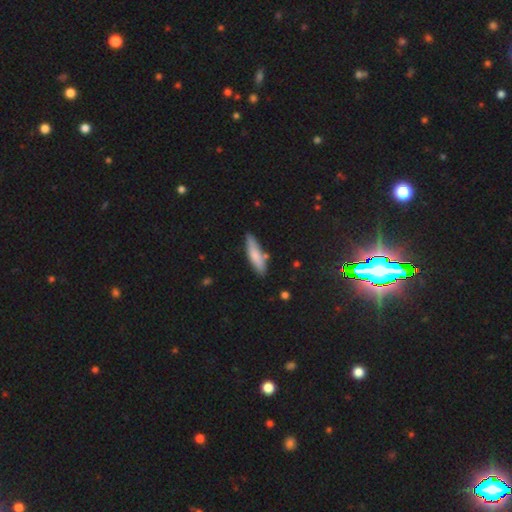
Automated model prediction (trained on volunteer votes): The model was most divided on "how rounded": cigar-shaped: 72%, in between: 26%, round: 2%. More confident: merging — none (80%); smooth or featured — smooth (76%).